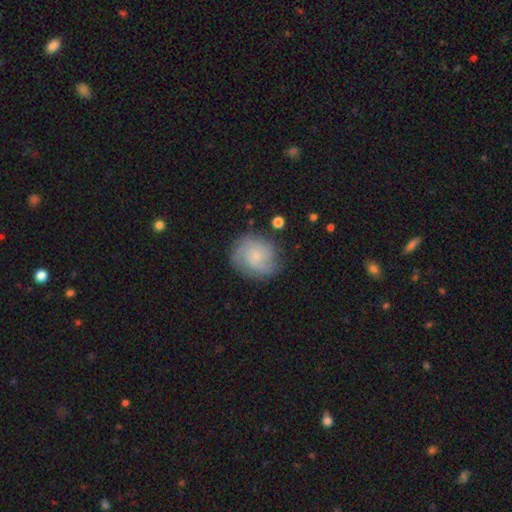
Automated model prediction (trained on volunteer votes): Smooth or featured?
  - featured or disk: 64% *
  - smooth: 28%
  - star or artifact: 8%
Edge-on disk?
  - no: 98% *
  - yes: 2%
Bar?
  - no: 75% *
  - weak: 23%
  - strong: 3%
Spiral arms?
  - yes: 93% *
  - no: 7%
Spiral winding?
  - tight: 52% *
  - medium: 36%
  - loose: 12%
Spiral arm count?
  - 2: 29% *
  - can't tell: 28%
  - 3: 25%
  - 4: 7%
  - 1: 6%
  - more than 4: 5%
Bulge size?
  - small: 74% *
  - moderate: 13%
  - none: 10%
  - large: 1%
  - dominant: 1%
Merging?
  - none: 76% *
  - minor disturbance: 16%
  - major disturbance: 6%
  - merger: 2%